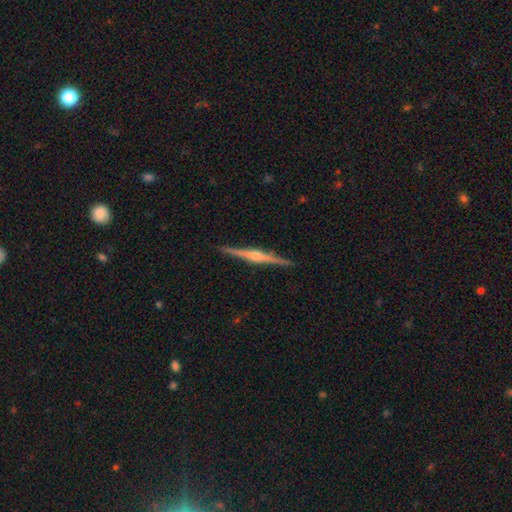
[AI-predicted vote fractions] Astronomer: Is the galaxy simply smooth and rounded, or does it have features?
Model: featured or disk — 85%.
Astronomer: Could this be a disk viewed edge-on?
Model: yes — 99%.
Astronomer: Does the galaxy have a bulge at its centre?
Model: rounded — 88%.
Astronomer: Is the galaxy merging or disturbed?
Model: none — 93%.